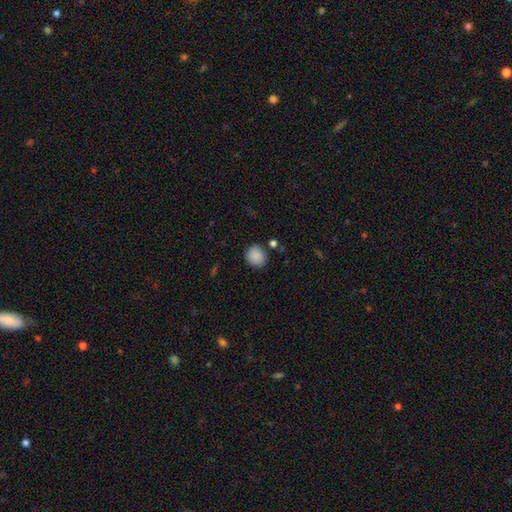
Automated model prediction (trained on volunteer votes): Morphology: type=smooth (88%); roundness=round (78%); merging=none (83%).